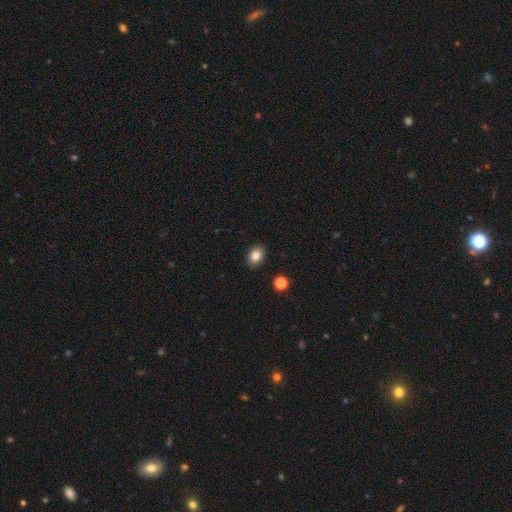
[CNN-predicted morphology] A smooth galaxy with no disk features (83%) that is in between round and cigar-shaped (66%).

Vote fractions:
- Smooth or featured? smooth: 83% / star or artifact: 10% / featured or disk: 8%
- How rounded? in between: 66% / round: 33% / cigar-shaped: 1%
- Merging? none: 89% / minor disturbance: 8% / major disturbance: 2% / merger: 2%